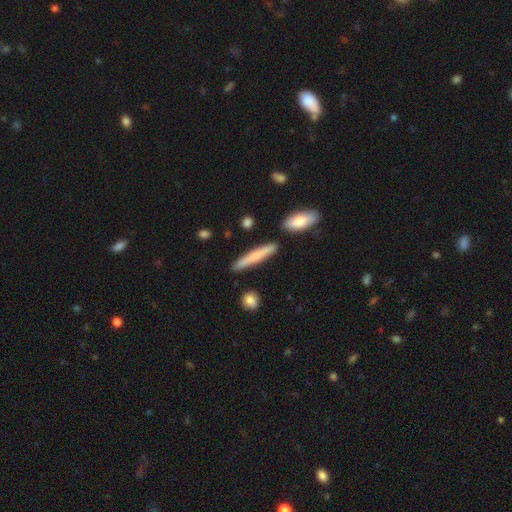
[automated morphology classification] This is likely a smooth galaxy (69%). How rounded: clearly cigar-shaped (92%). Merging: clearly none (86%).